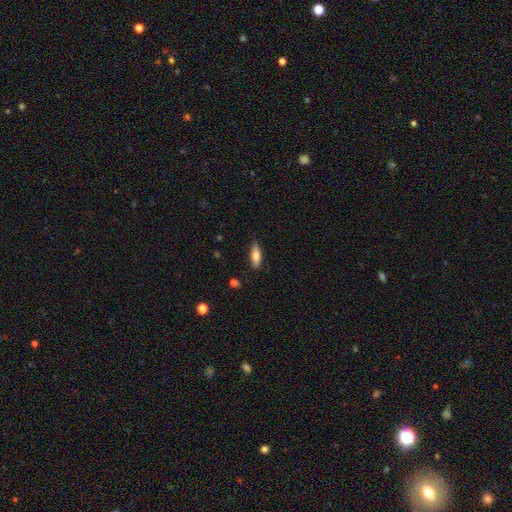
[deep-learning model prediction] Overall: smooth (70%). How rounded: in between (53%; cigar-shaped 45%). Merging: none (86%).